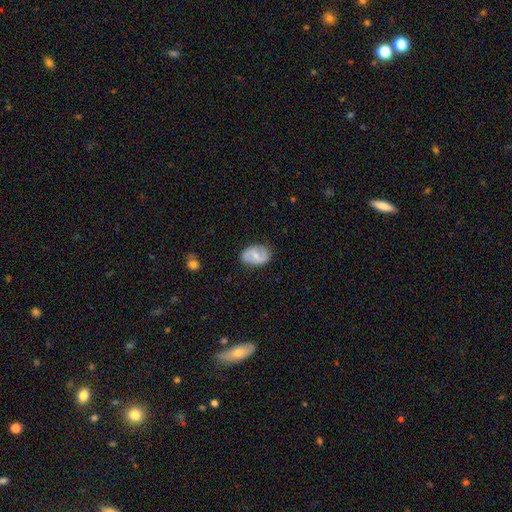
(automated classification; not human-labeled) Morphology: type=smooth (48%); merging=none (79%).